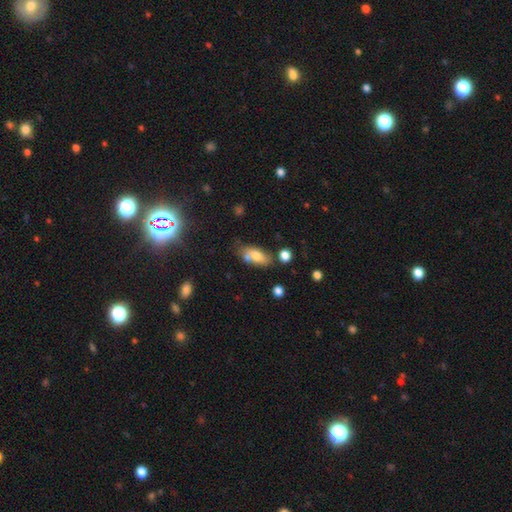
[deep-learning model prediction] Q: Smooth or featured?
A: smooth (70%); runner-up: featured or disk (21%)
Q: How rounded?
A: in between (84%); runner-up: cigar-shaped (11%)
Q: Merging?
A: none (54%); runner-up: merger (20%)